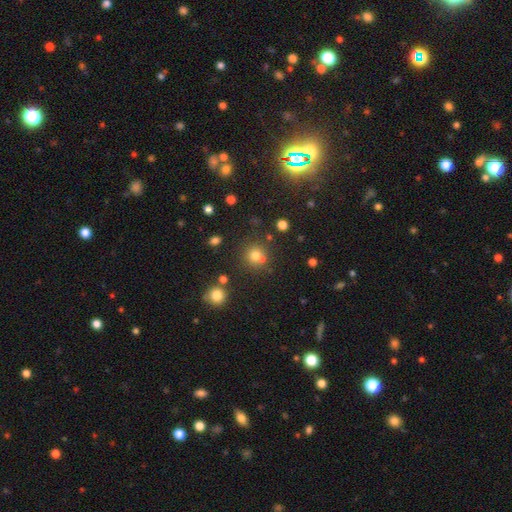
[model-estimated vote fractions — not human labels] A smooth galaxy with no disk features (72%) that is round (91%).

Vote fractions:
- Smooth or featured? smooth: 72% / star or artifact: 19% / featured or disk: 9%
- How rounded? round: 91% / in between: 8% / cigar-shaped: 1%
- Merging? none: 68% / merger: 20% / minor disturbance: 9% / major disturbance: 3%